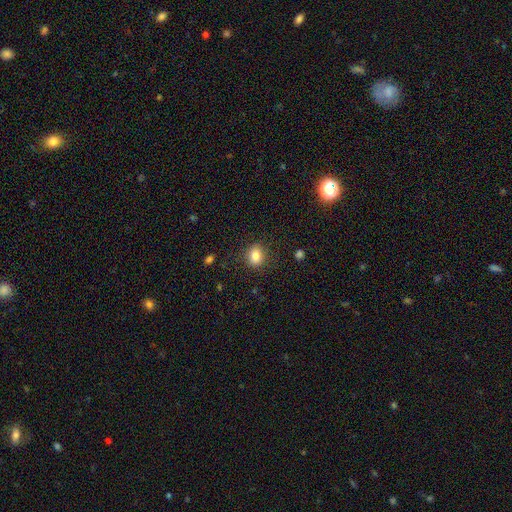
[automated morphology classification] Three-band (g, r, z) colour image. It shows a smooth galaxy with no disk features (84%) that is in between round and cigar-shaped (52%). Merging: none (85%).